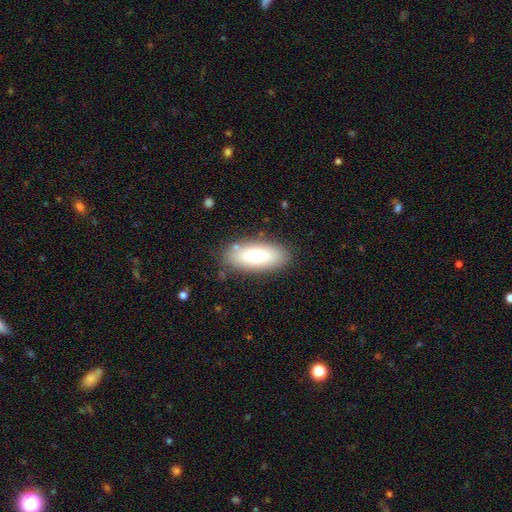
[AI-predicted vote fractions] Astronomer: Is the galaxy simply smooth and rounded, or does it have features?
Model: smooth — 75%.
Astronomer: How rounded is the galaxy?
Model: in between — 77%.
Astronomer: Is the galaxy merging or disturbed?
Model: none — 84%.